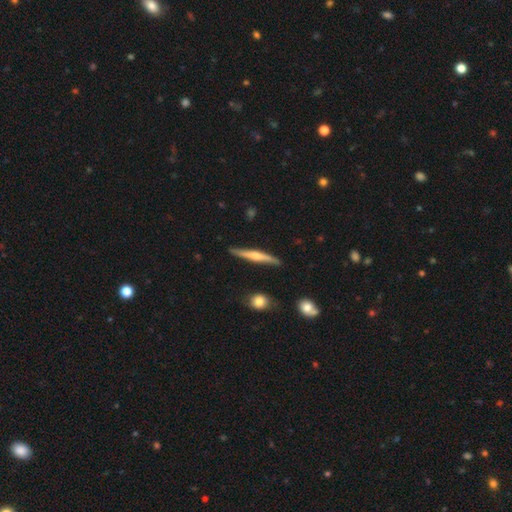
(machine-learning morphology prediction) Overall: featured or disk (62%; smooth 32%). Edge-on disk: yes (96%). Edge-on bulge: rounded (78%). Merging: none (86%).